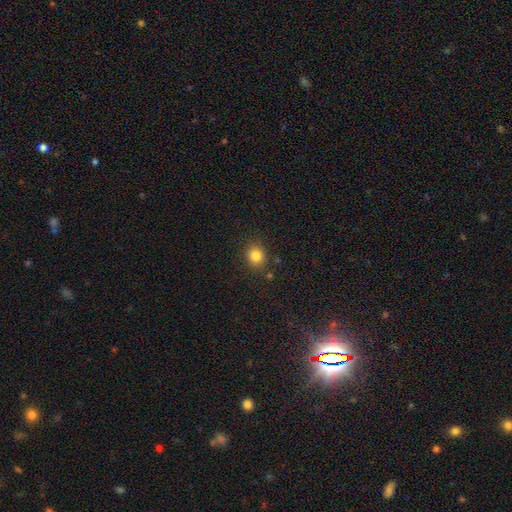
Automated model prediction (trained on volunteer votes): Morphology: type=smooth (83%); roundness=round (83%); merging=none (86%).